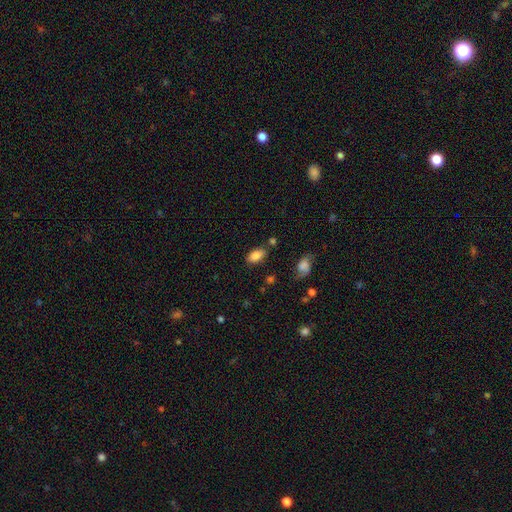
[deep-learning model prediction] Morphology: type=smooth (84%); roundness=in between (92%); merging=none (76%).